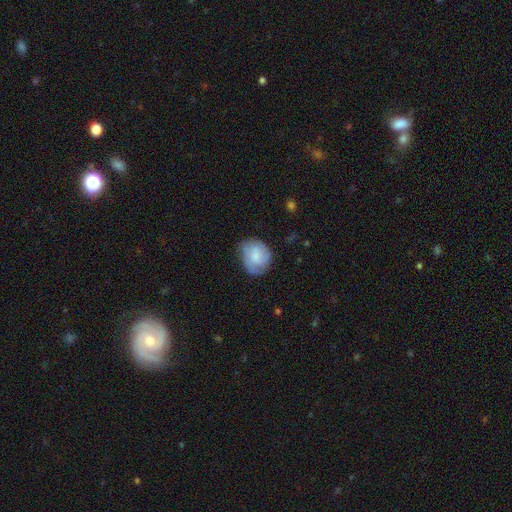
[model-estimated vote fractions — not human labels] smooth-or-featured: smooth: 60% | featured or disk: 33% | star or artifact: 7%
  how-rounded: round: 60% | in between: 39% | cigar-shaped: 1%
  merging: none: 63% | minor disturbance: 27% | major disturbance: 8% | merger: 1%